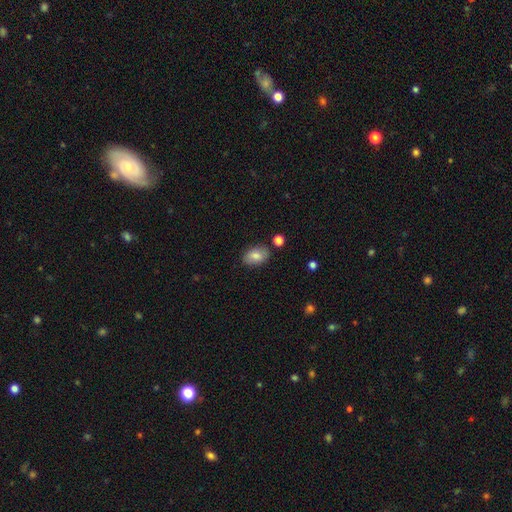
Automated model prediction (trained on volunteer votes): smooth 81%, featured or disk 11%, star or artifact 8%. Down the decision tree: how rounded — in between (88%); merging — none (82%).